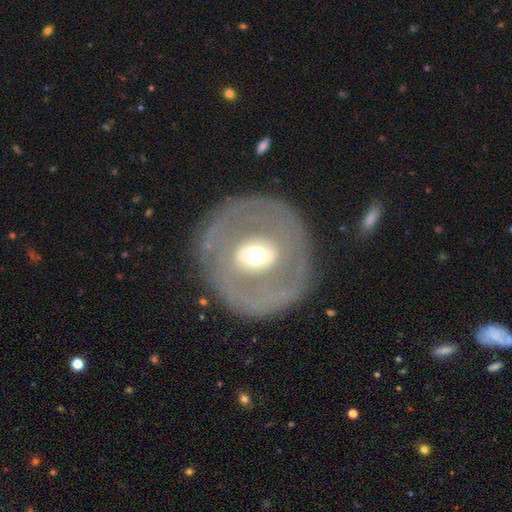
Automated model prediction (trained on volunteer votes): Morphology: type=featured or disk (69%); edge-on=no (92%); bar=weak (37%); spiral arms=no (70%); bulge=moderate (63%); merging=none (82%).